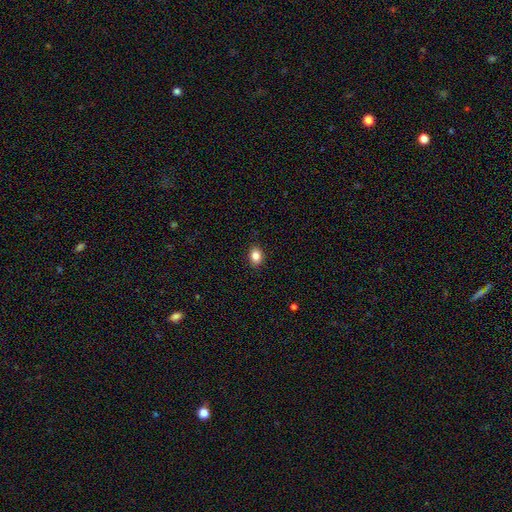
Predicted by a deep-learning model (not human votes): A smooth galaxy with no disk features (84%) that is in between round and cigar-shaped (64%). Merging: none (90%).